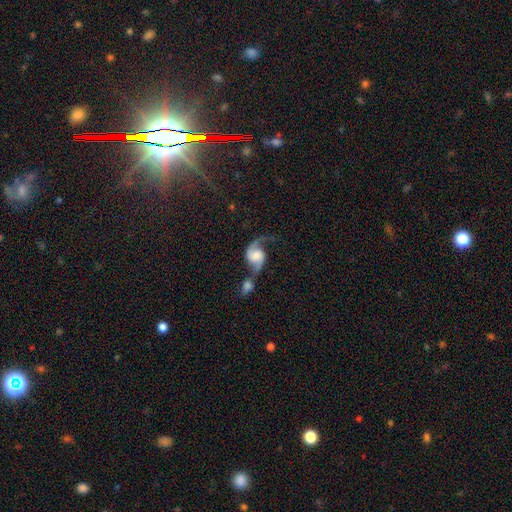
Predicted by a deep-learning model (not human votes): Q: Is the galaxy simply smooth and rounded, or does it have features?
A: featured or disk — 82%.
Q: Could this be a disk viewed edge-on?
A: no — 97%.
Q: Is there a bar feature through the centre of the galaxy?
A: no — 56%.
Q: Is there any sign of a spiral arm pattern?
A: yes — 96%.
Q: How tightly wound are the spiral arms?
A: loose — 67%.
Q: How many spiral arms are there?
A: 2 — 86%.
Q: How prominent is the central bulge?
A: large — 33%.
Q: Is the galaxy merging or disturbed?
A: merger — 52%.